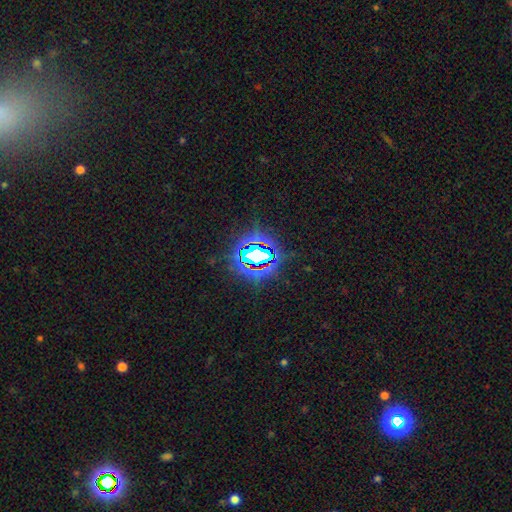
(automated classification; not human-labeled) Morphology: type=star or artifact (74%).